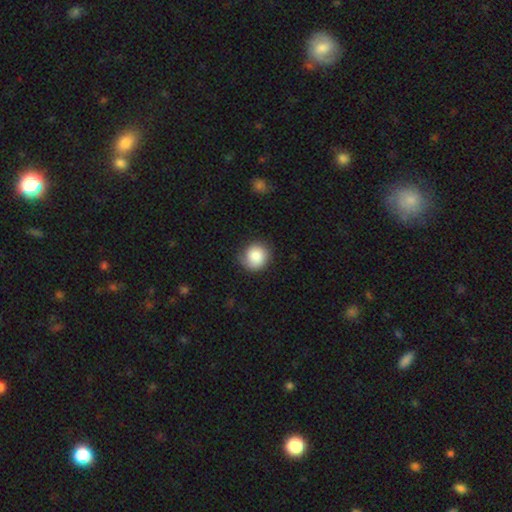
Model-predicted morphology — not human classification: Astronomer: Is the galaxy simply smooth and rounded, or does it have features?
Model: smooth — 80%.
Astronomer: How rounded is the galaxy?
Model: round — 88%.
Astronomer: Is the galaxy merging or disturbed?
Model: none — 73%.